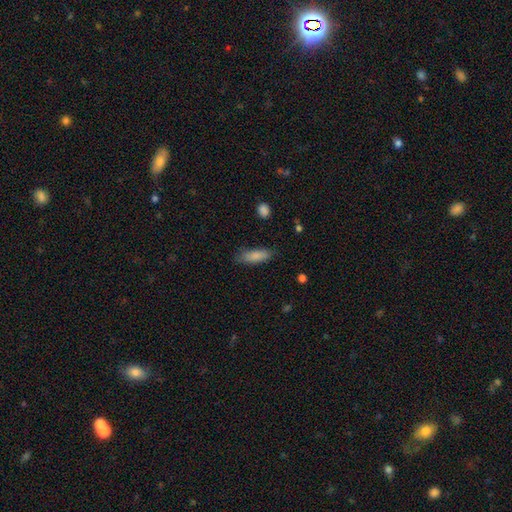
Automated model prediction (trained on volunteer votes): Morphology: type=smooth (85%); roundness=in between (59%); merging=none (78%).